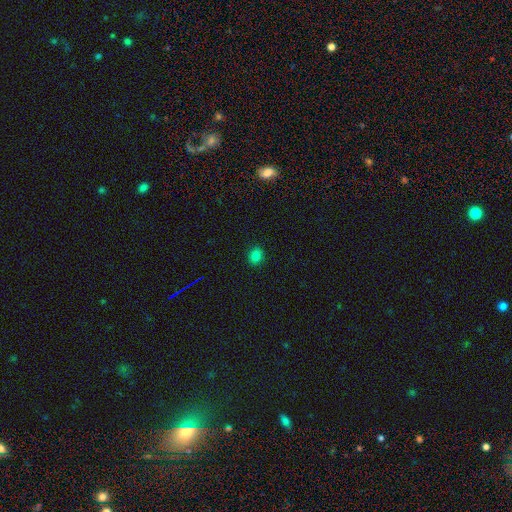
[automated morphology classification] A smooth galaxy with no disk features (80%) that is round (58%).

Vote fractions:
- Smooth or featured? smooth: 80% / star or artifact: 15% / featured or disk: 4%
- How rounded? round: 58% / in between: 40% / cigar-shaped: 1%
- Merging? none: 90% / minor disturbance: 7% / major disturbance: 2% / merger: 1%